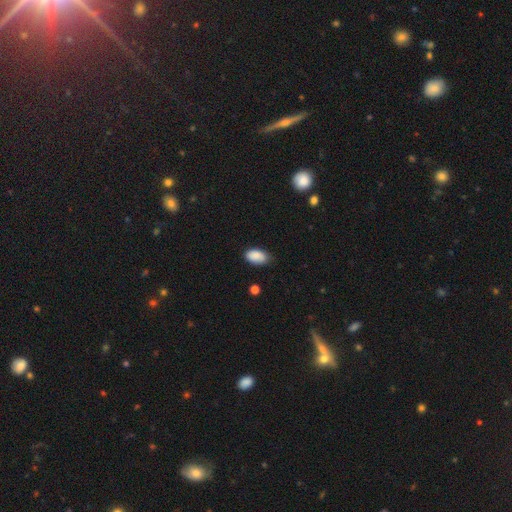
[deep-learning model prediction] The model was most divided on "merging": none: 69%, minor disturbance: 26%, major disturbance: 4%, merger: 2%. More confident: how rounded — in between (93%); smooth or featured — smooth (87%).